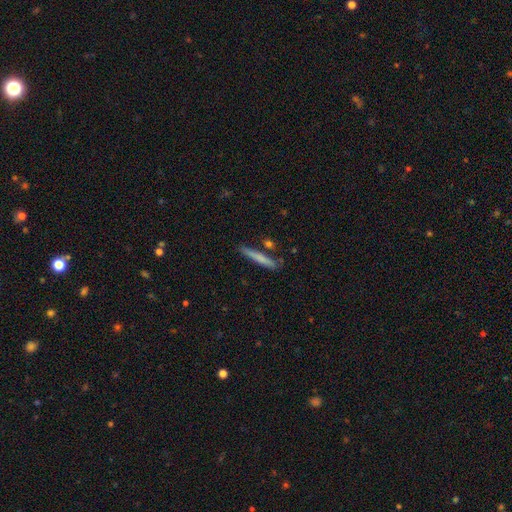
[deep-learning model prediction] Morphology: type=smooth (62%); roundness=cigar-shaped (95%); merging=none (83%).